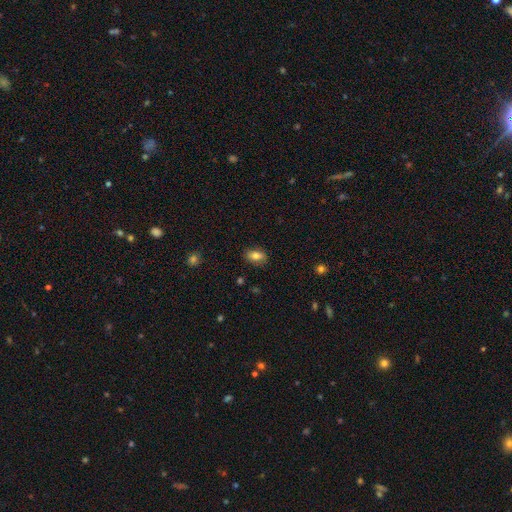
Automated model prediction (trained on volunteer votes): This appears to be a smooth galaxy with no disk features (81%) that is in between round and cigar-shaped (87%). Merging: none (86%).